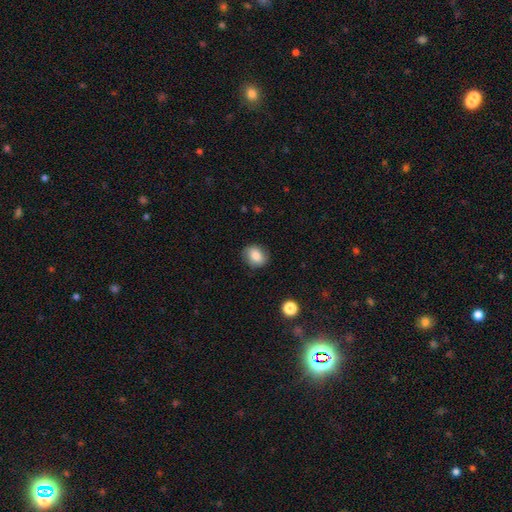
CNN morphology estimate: Q: Smooth or featured?
A: smooth (81%); runner-up: featured or disk (10%)
Q: How rounded?
A: round (55%); runner-up: in between (44%)
Q: Merging?
A: none (82%); runner-up: minor disturbance (13%)